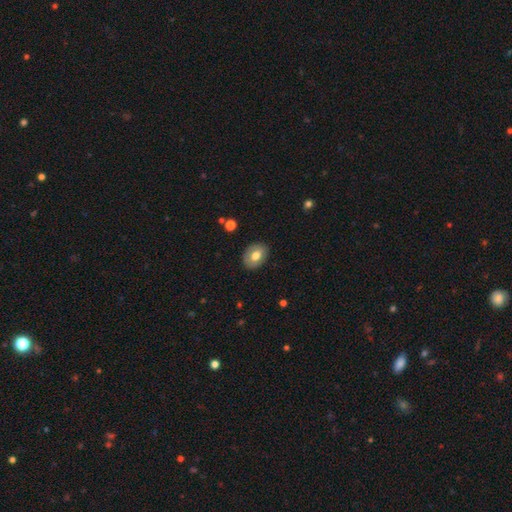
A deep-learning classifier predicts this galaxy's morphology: smooth_or_featured: smooth (p=0.69) [alt: featured or disk p=0.24]
how_rounded: in between (p=0.67) [alt: round p=0.32]
merging: none (p=0.87) [alt: minor disturbance p=0.09]